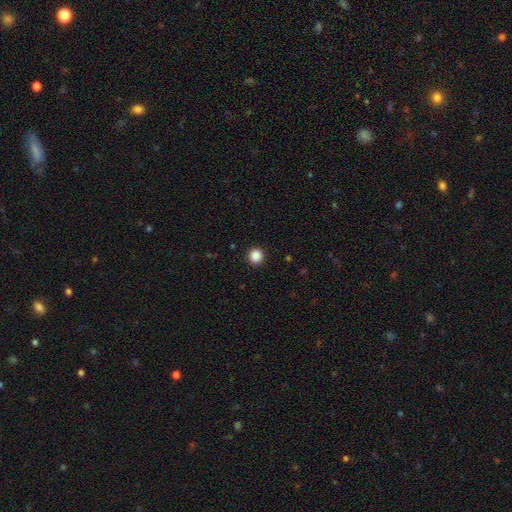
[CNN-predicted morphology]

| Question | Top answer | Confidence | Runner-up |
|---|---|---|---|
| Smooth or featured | smooth | 88% | star or artifact (10%) |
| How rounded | round | 95% | in between (4%) |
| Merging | none | 93% | minor disturbance (4%) |